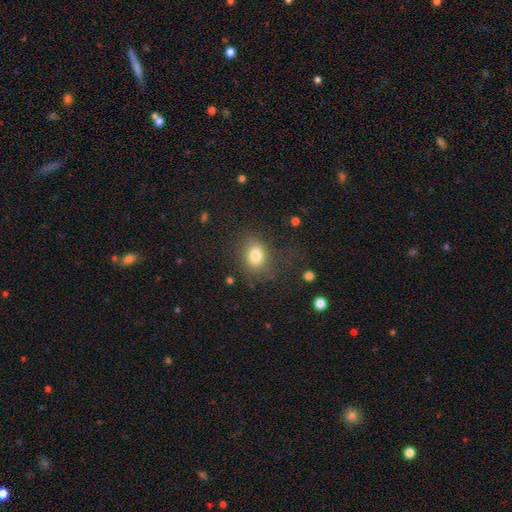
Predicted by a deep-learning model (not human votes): This appears to be a smooth galaxy with no disk features (79%) that is in between round and cigar-shaped (59%). Merging: none (67%).